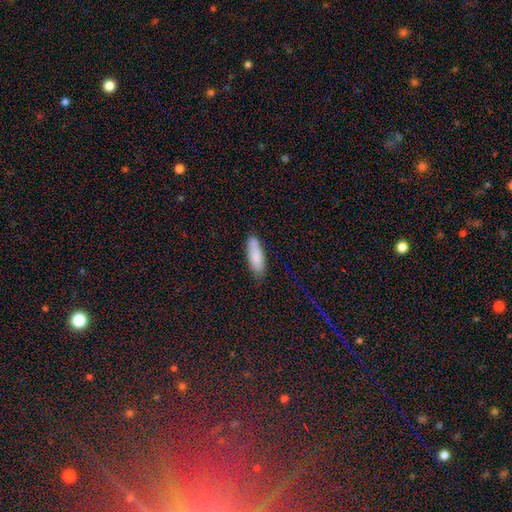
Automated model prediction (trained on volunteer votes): This appears to be a smooth galaxy with no disk features (83%) that is in between round and cigar-shaped (56%). Merging: none (75%).